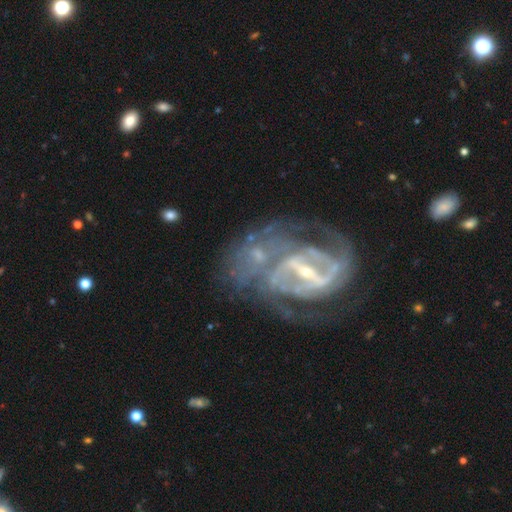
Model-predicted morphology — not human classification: Smooth or featured?
  - featured or disk: 90% *
  - star or artifact: 6%
  - smooth: 4%
Edge-on disk?
  - no: 97% *
  - yes: 3%
Bar?
  - strong: 71% *
  - weak: 21%
  - no: 8%
Spiral arms?
  - yes: 92% *
  - no: 8%
Spiral winding?
  - medium: 47% *
  - tight: 35%
  - loose: 18%
Spiral arm count?
  - 2: 53% *
  - can't tell: 19%
  - 3: 12%
  - 4: 6%
  - 1: 5%
  - more than 4: 5%
Bulge size?
  - small: 75% *
  - moderate: 20%
  - none: 2%
  - large: 2%
  - dominant: 1%
Merging?
  - none: 46% *
  - major disturbance: 23%
  - minor disturbance: 18%
  - merger: 14%